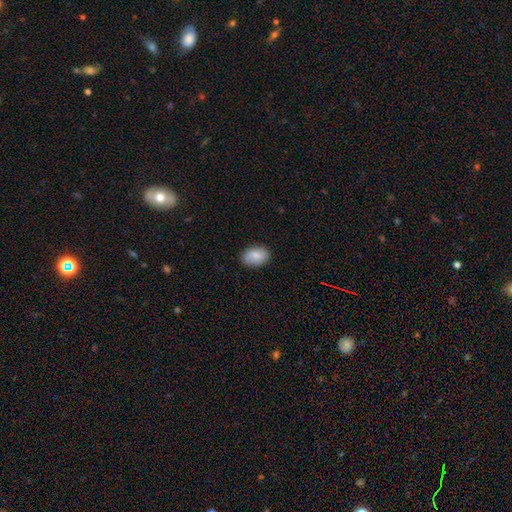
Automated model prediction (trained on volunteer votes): Overall: smooth (84%). How rounded: in between (87%). Merging: none (86%).